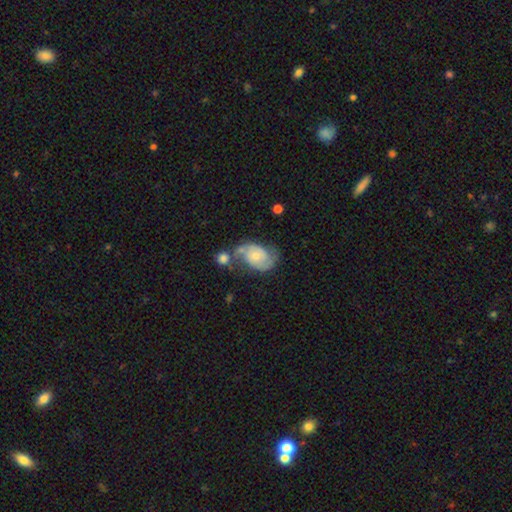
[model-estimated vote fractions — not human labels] smooth-or-featured: featured or disk: 70% | smooth: 23% | star or artifact: 6%
  disk-edge-on: no: 97% | yes: 3%
    bar: no: 71% | weak: 25% | strong: 4%
    has-spiral-arms: yes: 91% | no: 9%
      spiral-winding: medium: 46% | tight: 30% | loose: 23%
      spiral-arm-count: 2: 82% | can't tell: 10% | 1: 4% | 3: 2% | 4: 1% | more than 4: 1%
    bulge-size: small: 54% | moderate: 38% | none: 4% | large: 3% | dominant: 1%
  merging: none: 37% | merger: 27% | minor disturbance: 21% | major disturbance: 14%